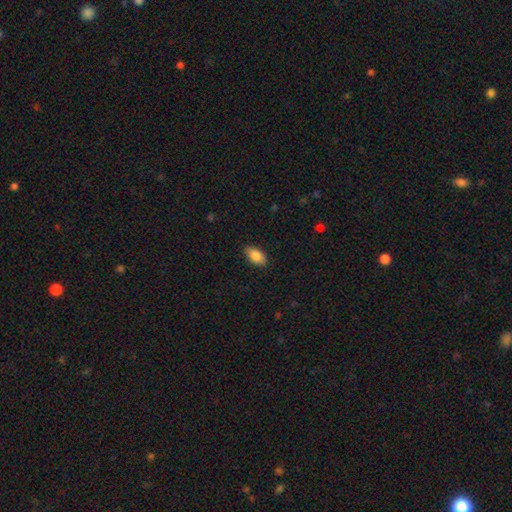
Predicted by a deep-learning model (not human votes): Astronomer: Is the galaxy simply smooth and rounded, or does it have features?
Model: smooth — 86%.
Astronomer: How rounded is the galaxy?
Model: in between — 93%.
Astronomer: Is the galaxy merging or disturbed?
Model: none — 86%.